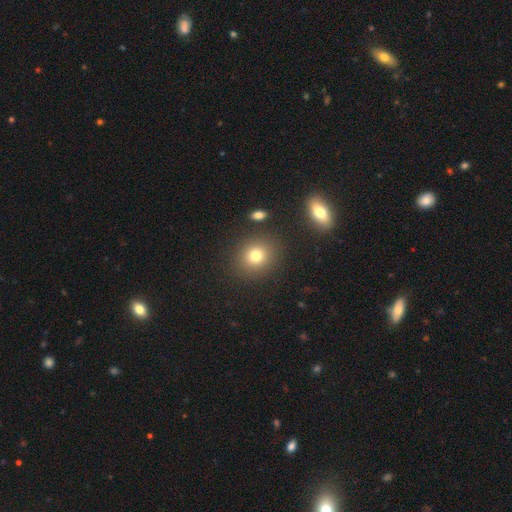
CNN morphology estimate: type=smooth (77%); roundness=round (79%); merging=none (86%).